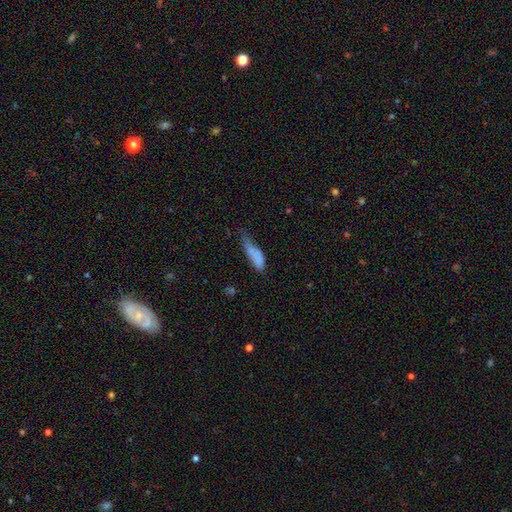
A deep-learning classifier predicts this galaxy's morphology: type=smooth (75%); roundness=in between (54%); merging=minor disturbance (37%).